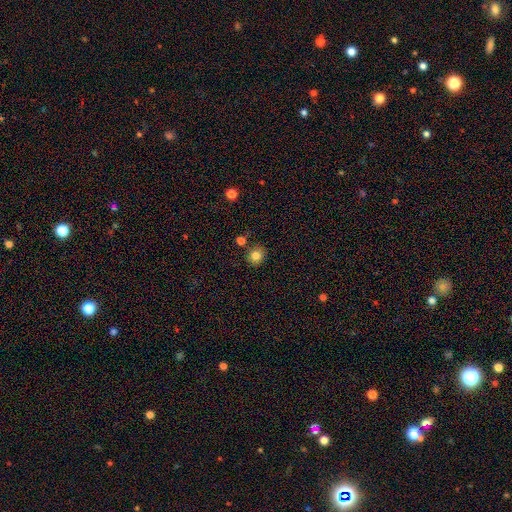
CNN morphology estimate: This is clearly a smooth galaxy (83%). How rounded: likely round (79%). Merging: clearly none (81%).